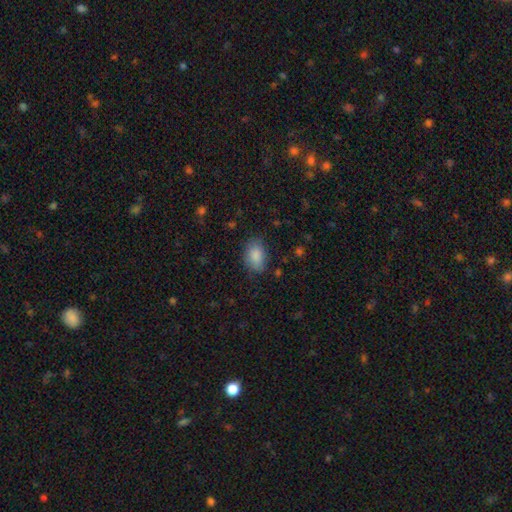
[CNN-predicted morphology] Smooth or featured? Predicted: smooth (p=0.87). How rounded? Predicted: in between (p=0.86). Merging? Predicted: none (p=0.76).